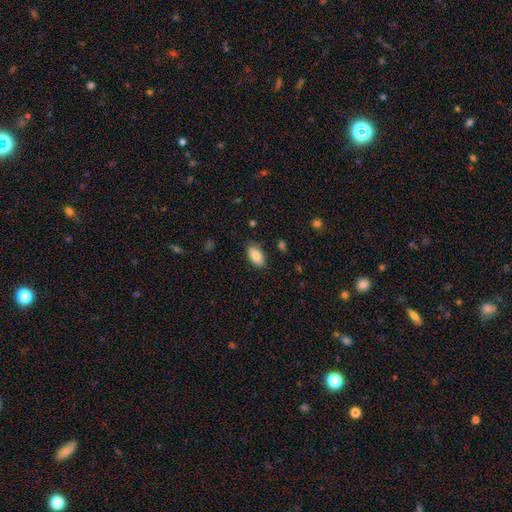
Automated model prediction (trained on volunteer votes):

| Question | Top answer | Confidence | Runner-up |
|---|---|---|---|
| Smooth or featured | smooth | 84% | featured or disk (8%) |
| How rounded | in between | 93% | round (4%) |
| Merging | none | 84% | minor disturbance (13%) |